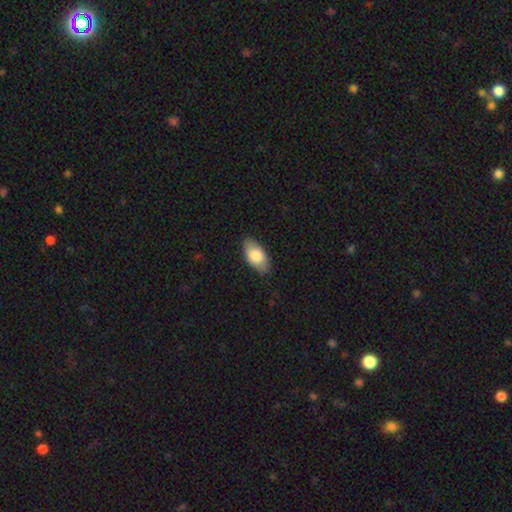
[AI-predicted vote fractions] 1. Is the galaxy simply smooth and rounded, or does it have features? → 81% smooth, 13% featured or disk, 6% star or artifact.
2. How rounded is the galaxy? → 94% in between, 4% cigar-shaped, 3% round.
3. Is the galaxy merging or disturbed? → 83% none, 14% minor disturbance, 3% major disturbance, 1% merger.